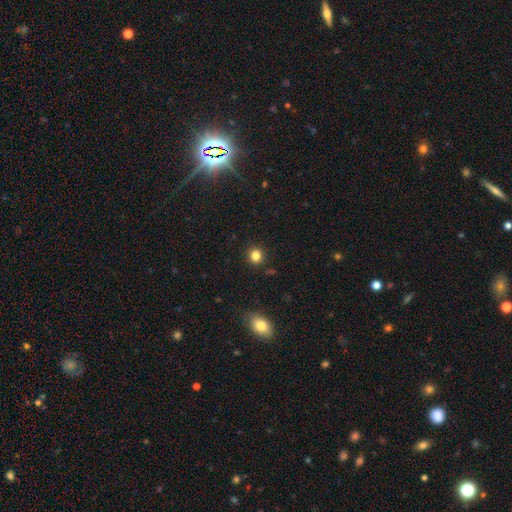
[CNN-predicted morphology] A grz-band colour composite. It shows a smooth galaxy with no disk features (82%) that is round (88%). Merging: none (90%).